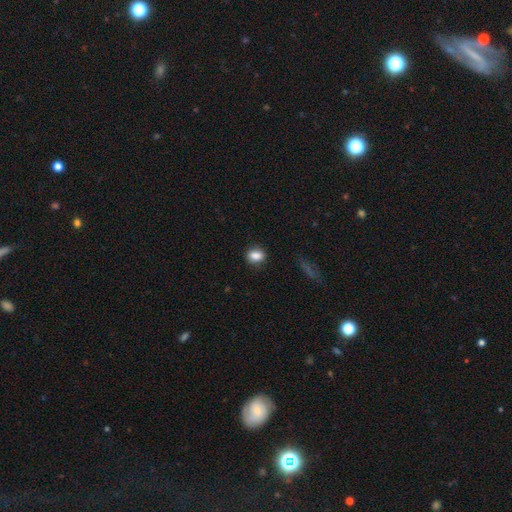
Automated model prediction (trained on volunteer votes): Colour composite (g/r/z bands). It shows a smooth galaxy with no disk features (86%) that is in between round and cigar-shaped (67%). Merging: none (84%).